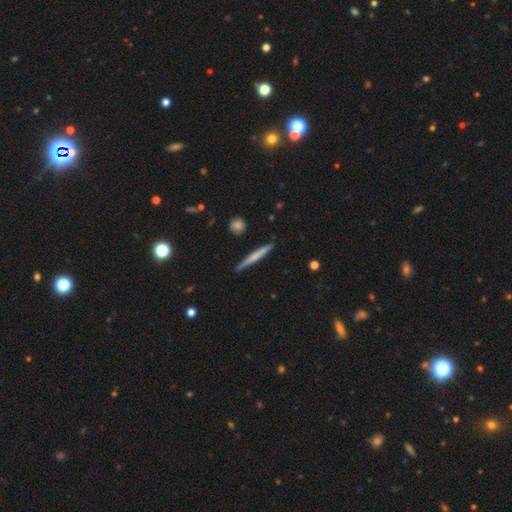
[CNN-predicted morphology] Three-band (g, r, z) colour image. It shows a smooth galaxy with no disk features (57%) that is cigar-shaped (96%). Merging: none (89%).